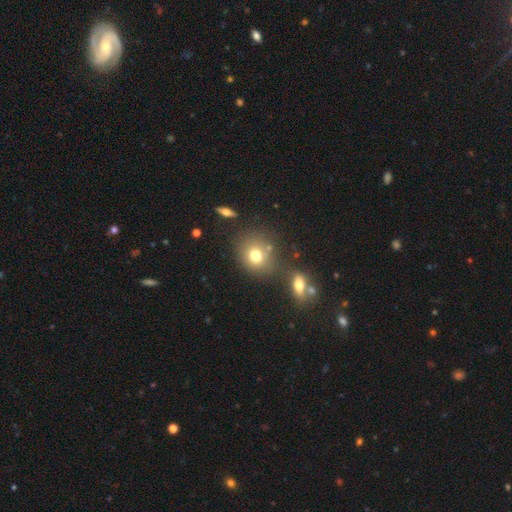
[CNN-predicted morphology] smooth_or_featured: smooth (p=0.74) [alt: star or artifact p=0.14]
how_rounded: round (p=0.77) [alt: in between p=0.22]
merging: none (p=0.67) [alt: merger p=0.15]